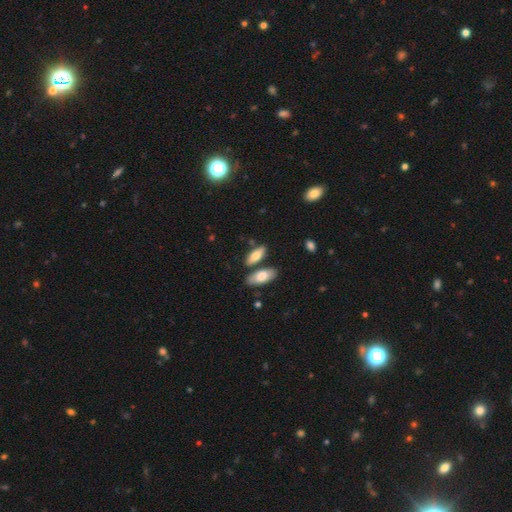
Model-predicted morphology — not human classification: Overall: smooth (72%). How rounded: in between (71%). Merging: none (70%).